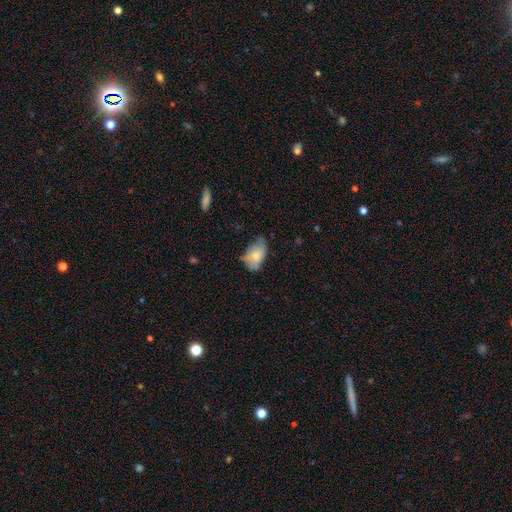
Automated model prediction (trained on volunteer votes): smooth_or_featured: smooth (p=0.67) [alt: featured or disk p=0.26]
how_rounded: in between (p=0.88) [alt: round p=0.11]
merging: minor disturbance (p=0.41) [tied with: none p=0.41]